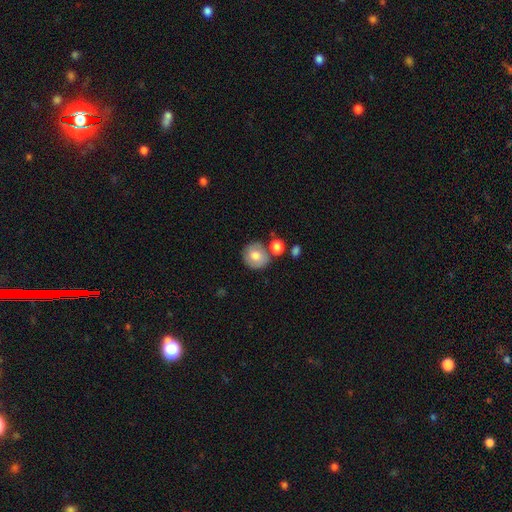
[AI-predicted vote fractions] This is likely a smooth galaxy (70%). How rounded: clearly round (85%). Merging: likely none (69%).